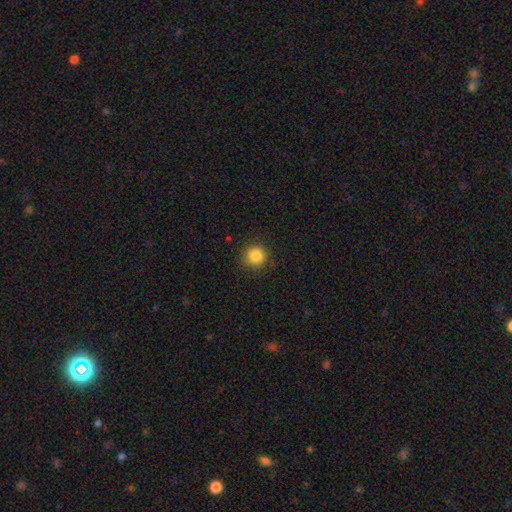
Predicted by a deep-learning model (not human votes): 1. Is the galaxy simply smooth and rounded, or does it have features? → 85% smooth, 11% star or artifact, 5% featured or disk.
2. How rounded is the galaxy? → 94% round, 5% in between, 1% cigar-shaped.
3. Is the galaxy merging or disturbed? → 89% none, 8% minor disturbance, 3% major disturbance, 1% merger.